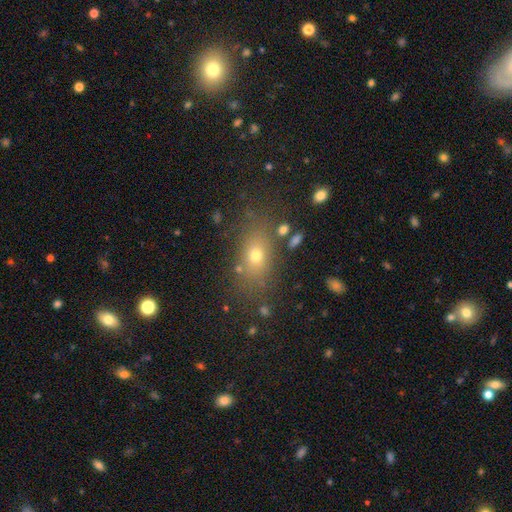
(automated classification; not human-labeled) Overall: smooth (67%). How rounded: in between (72%). Merging: none (76%).